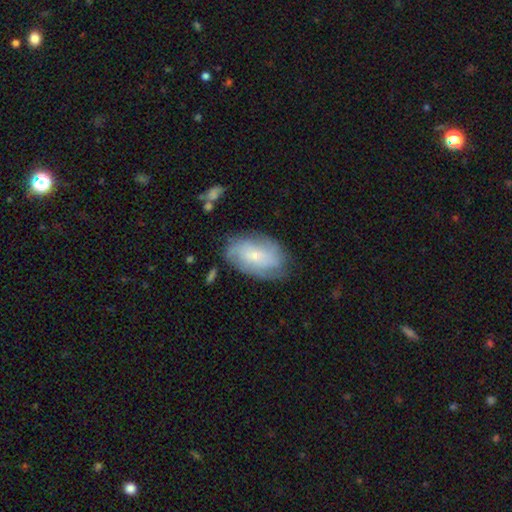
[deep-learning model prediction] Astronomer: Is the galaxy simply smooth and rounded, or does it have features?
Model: featured or disk — 64%.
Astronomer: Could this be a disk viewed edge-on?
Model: no — 96%.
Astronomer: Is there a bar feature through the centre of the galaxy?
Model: no — 69%.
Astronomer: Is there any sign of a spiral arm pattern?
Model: yes — 87%.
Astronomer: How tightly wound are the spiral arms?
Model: tight — 48% (runner-up: medium, 37%).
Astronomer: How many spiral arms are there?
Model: can't tell — 40% (runner-up: 2, 20%).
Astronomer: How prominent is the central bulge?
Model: small — 75%.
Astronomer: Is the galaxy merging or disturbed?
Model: none — 71%.